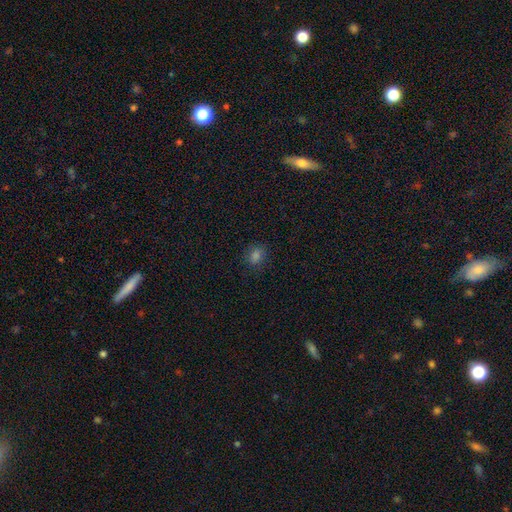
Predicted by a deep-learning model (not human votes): Morphology: type=smooth (76%); roundness=round (54%); merging=none (85%).